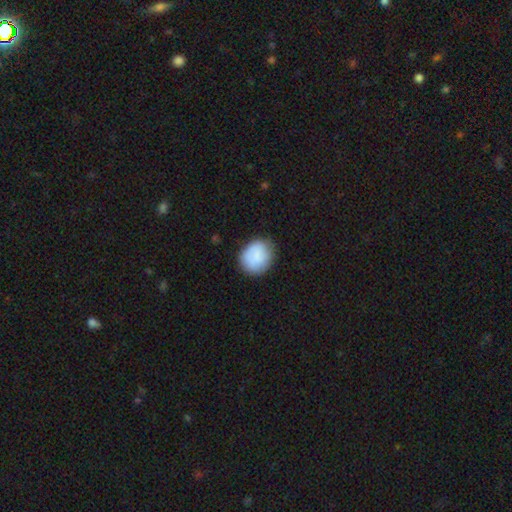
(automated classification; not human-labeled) A smooth galaxy with no disk features (83%) that is round (64%). Merging: none (74%).